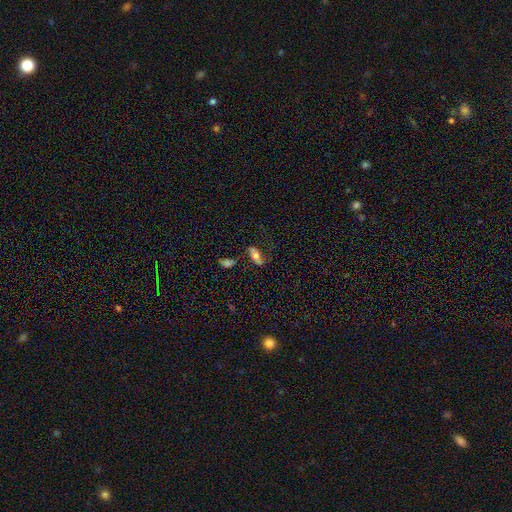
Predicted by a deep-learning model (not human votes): Smooth or featured?
  - smooth: 46% *
  - featured or disk: 44%
  - star or artifact: 9%
Merging?
  - none: 53% *
  - minor disturbance: 22%
  - major disturbance: 17%
  - merger: 8%